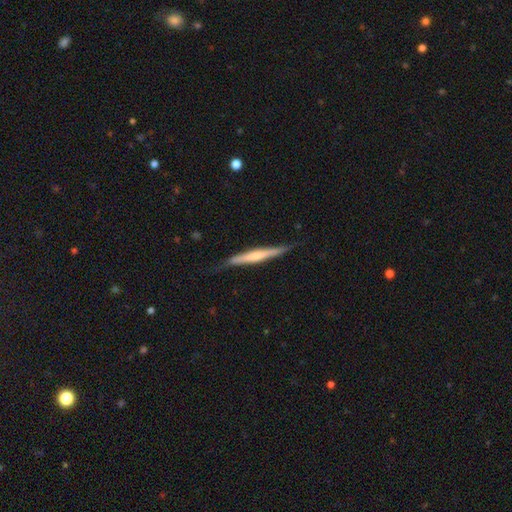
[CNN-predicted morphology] A featured or disk galaxy (53%) viewed edge-on (96%) with a rounded central bulge (48%). Merging: none (79%).